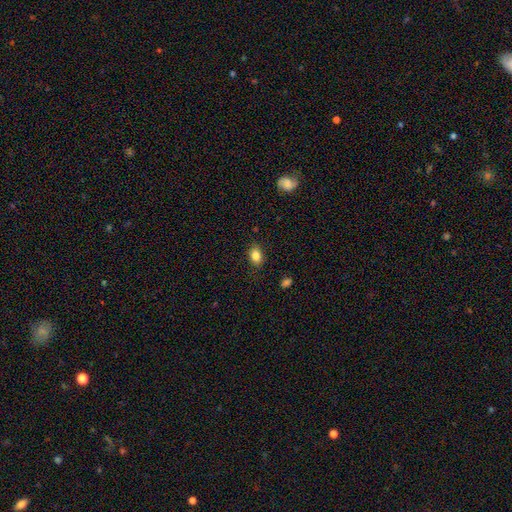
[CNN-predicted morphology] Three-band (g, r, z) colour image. It shows a smooth galaxy with no disk features (85%) that is in between round and cigar-shaped (78%). Merging: none (84%).